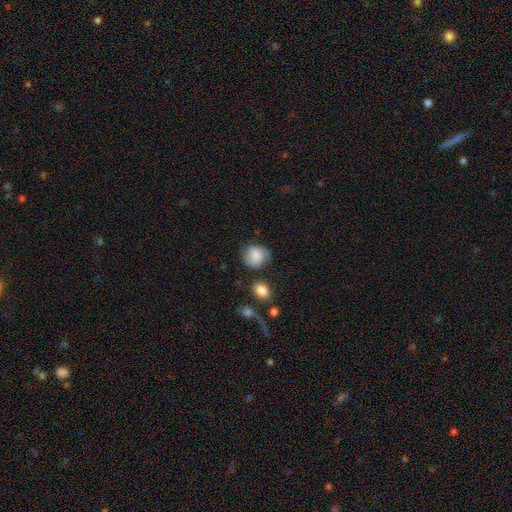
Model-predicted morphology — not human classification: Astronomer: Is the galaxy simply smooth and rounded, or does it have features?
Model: smooth — 66%.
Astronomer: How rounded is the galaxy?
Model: round — 76%.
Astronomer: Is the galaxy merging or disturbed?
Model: none — 63%.